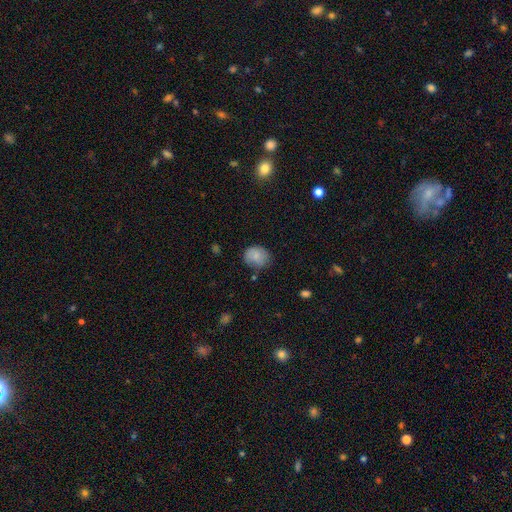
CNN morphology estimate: Smooth or featured? smooth (82%)
How rounded? round (65%)
Merging? none (71%)